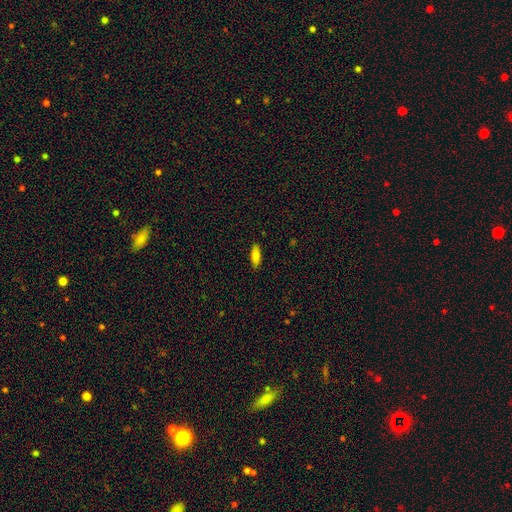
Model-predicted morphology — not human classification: This appears to be a smooth galaxy with no disk features (81%) that is in between round and cigar-shaped (66%). Merging: none (88%).